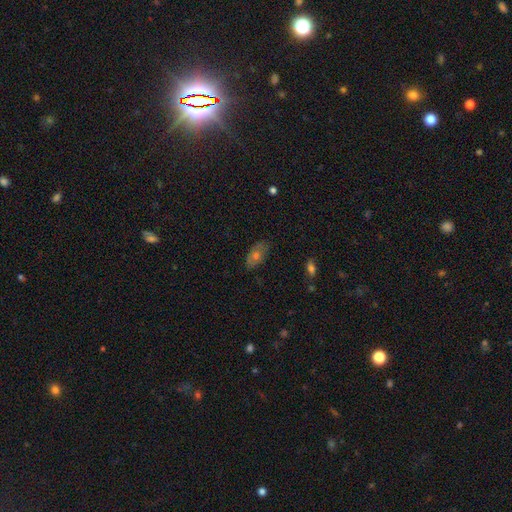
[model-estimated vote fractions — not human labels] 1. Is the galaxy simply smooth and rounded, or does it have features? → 48% smooth, 36% featured or disk, 16% star or artifact.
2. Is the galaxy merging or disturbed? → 79% none, 16% minor disturbance, 4% major disturbance, 1% merger.